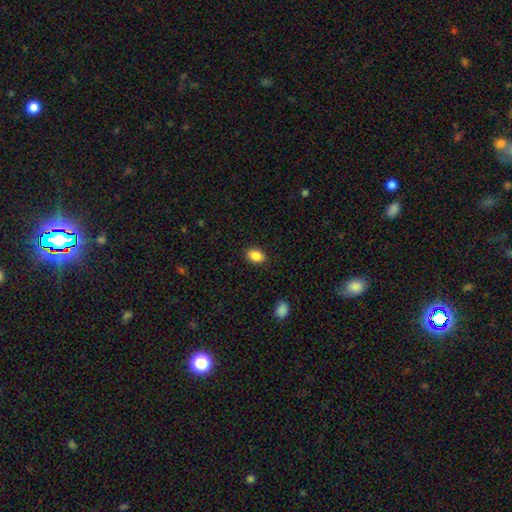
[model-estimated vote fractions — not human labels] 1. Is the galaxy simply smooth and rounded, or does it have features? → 87% smooth, 9% star or artifact, 5% featured or disk.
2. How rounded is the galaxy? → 82% in between, 16% round, 1% cigar-shaped.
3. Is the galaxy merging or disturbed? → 87% none, 9% minor disturbance, 2% major disturbance, 1% merger.